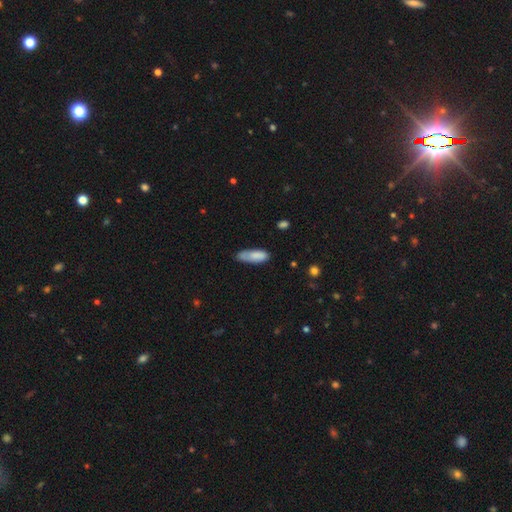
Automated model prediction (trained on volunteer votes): smooth 81%, featured or disk 13%, star or artifact 7%. Down the decision tree: how rounded — in between (65%); merging — none (53%).